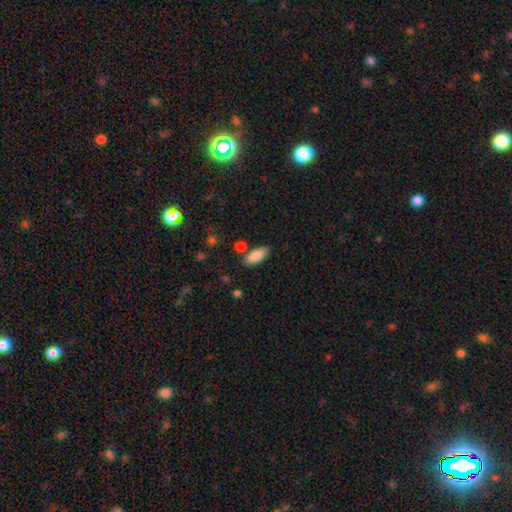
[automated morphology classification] Smooth or featured?
  - smooth: 87% *
  - featured or disk: 7%
  - star or artifact: 7%
How rounded?
  - in between: 82% *
  - cigar-shaped: 16%
  - round: 2%
Merging?
  - none: 79% *
  - minor disturbance: 12%
  - merger: 6%
  - major disturbance: 3%